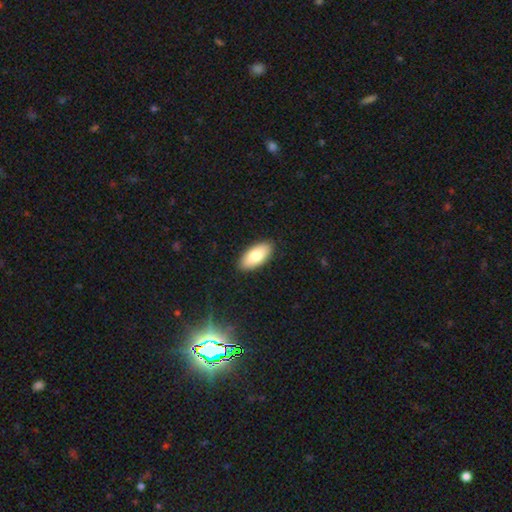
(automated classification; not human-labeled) A smooth galaxy with no disk features (80%) that is in between round and cigar-shaped (92%). Merging: none (89%).